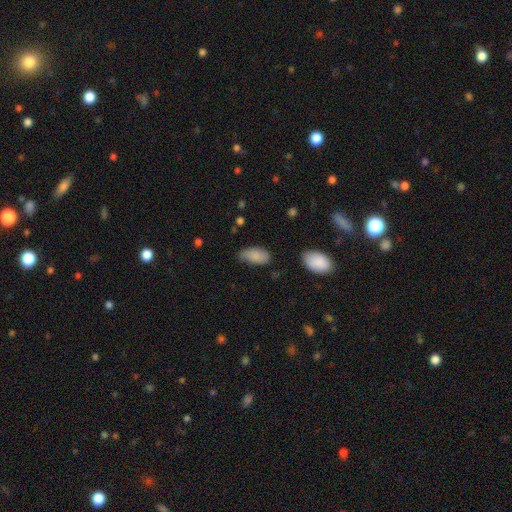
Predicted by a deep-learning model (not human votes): The model was most divided on "merging": none: 58%, minor disturbance: 33%, major disturbance: 7%, merger: 2%. More confident: how rounded — in between (94%); smooth or featured — smooth (83%).